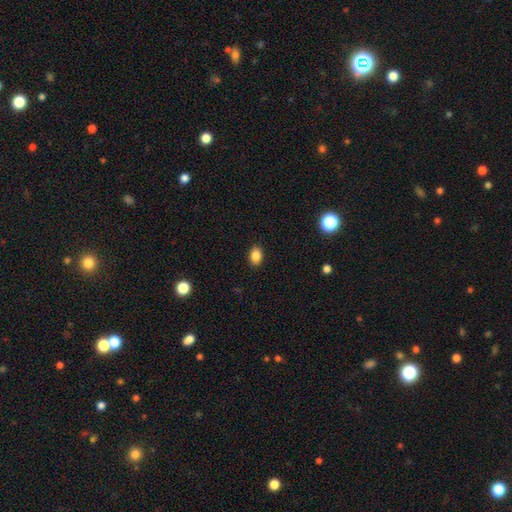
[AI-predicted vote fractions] smooth_or_featured: smooth (p=0.86) [alt: star or artifact p=0.10]
how_rounded: in between (p=0.79) [alt: round p=0.20]
merging: none (p=0.90) [alt: minor disturbance p=0.07]